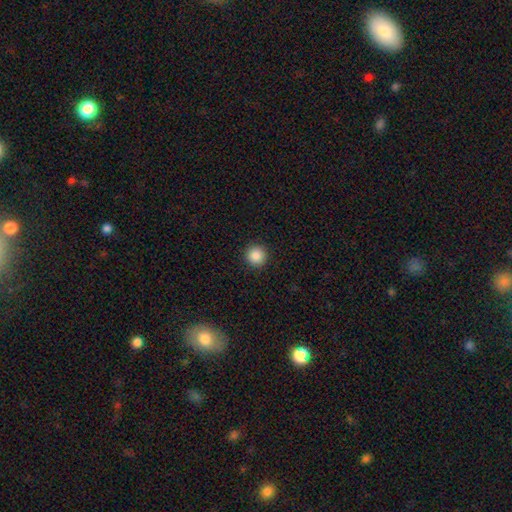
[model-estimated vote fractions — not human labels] Q: Smooth or featured?
A: smooth (87%); runner-up: star or artifact (10%)
Q: How rounded?
A: round (96%); runner-up: in between (4%)
Q: Merging?
A: none (92%); runner-up: minor disturbance (5%)